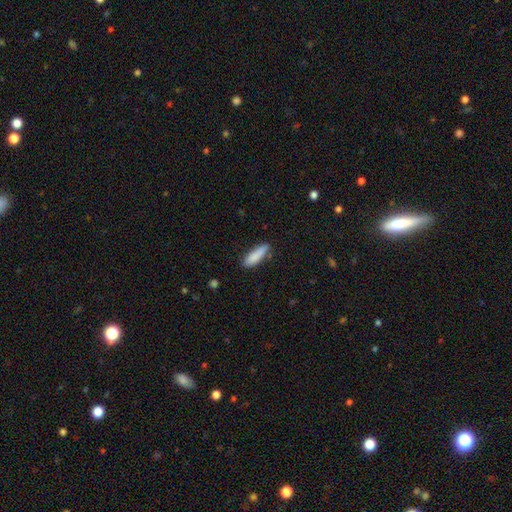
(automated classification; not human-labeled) This appears to be a smooth galaxy with no disk features (87%) that is cigar-shaped (61%). Merging: none (78%).